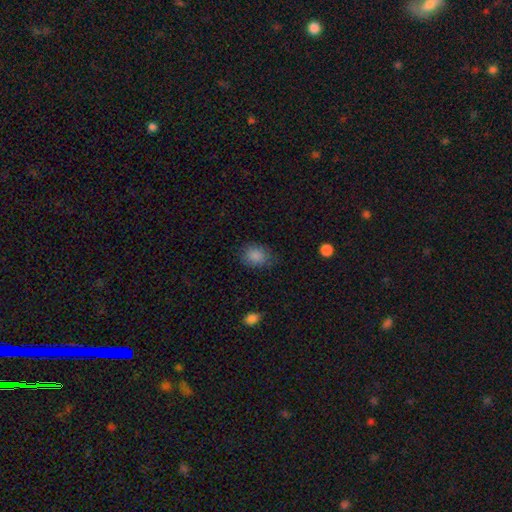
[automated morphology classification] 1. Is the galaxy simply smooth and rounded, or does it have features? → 86% smooth, 9% star or artifact, 5% featured or disk.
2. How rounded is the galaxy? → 53% in between, 46% round, 1% cigar-shaped.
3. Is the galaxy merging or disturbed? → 75% none, 18% minor disturbance, 5% major disturbance, 1% merger.